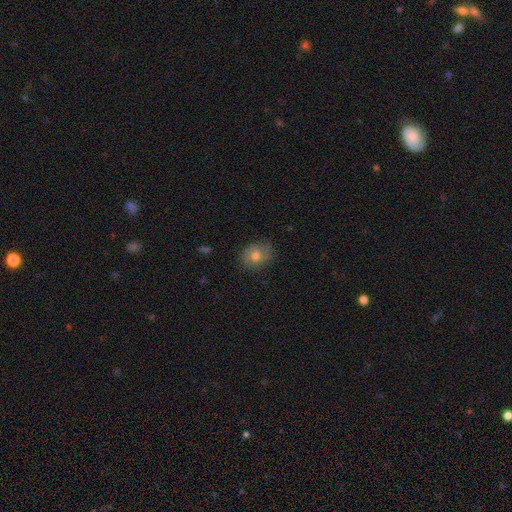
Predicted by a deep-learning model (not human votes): Morphology: type=smooth (69%); roundness=round (51%); merging=none (74%).